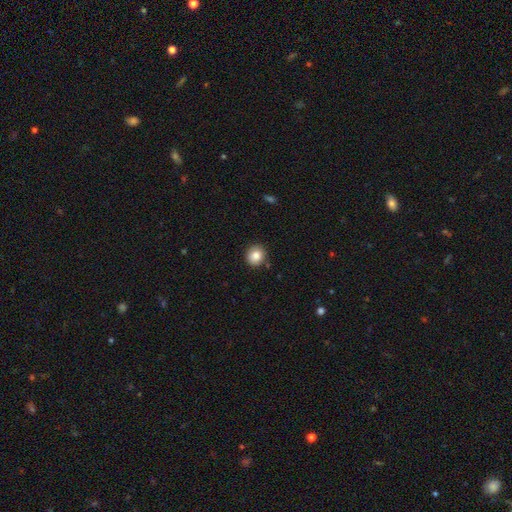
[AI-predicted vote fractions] Smooth or featured: smooth — 85% (star or artifact — 9%)
How rounded: round — 85% (in between — 15%)
Merging: none — 88% (minor disturbance — 8%)